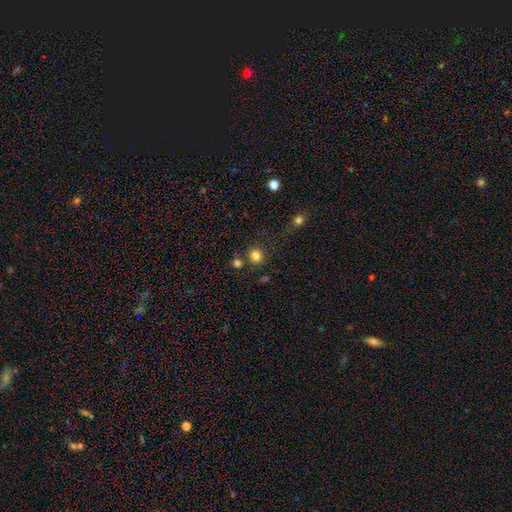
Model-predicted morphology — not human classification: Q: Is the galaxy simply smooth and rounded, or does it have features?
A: smooth — 82%.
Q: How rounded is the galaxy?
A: round — 88%.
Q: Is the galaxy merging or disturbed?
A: none — 78%.